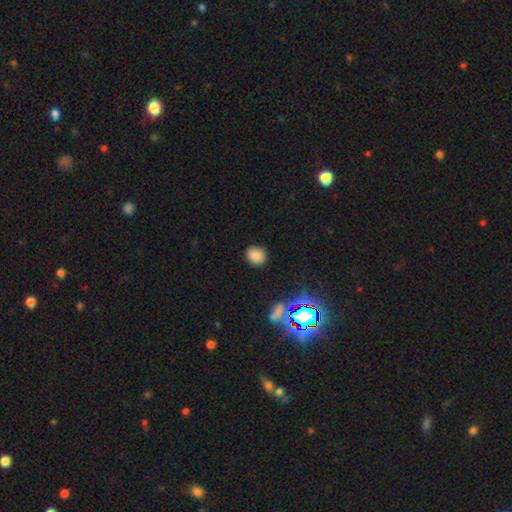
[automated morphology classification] smooth_or_featured: smooth (p=0.82) [alt: star or artifact p=0.13]
how_rounded: round (p=0.73) [alt: in between p=0.26]
merging: none (p=0.88) [alt: minor disturbance p=0.08]